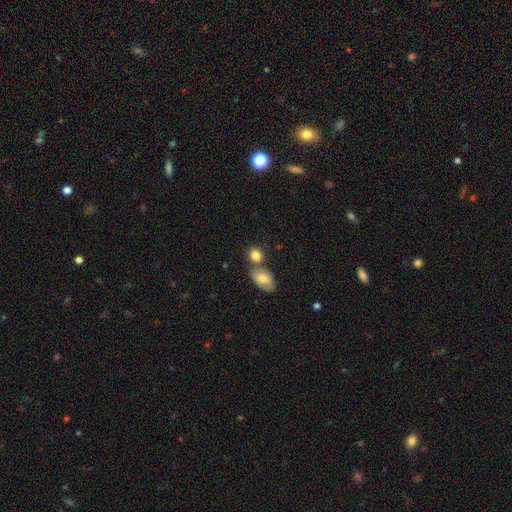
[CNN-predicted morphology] smooth-or-featured: smooth: 84% | featured or disk: 8% | star or artifact: 8%
  how-rounded: round: 53% | in between: 45% | cigar-shaped: 2%
  merging: none: 51% | merger: 34% | minor disturbance: 11% | major disturbance: 3%